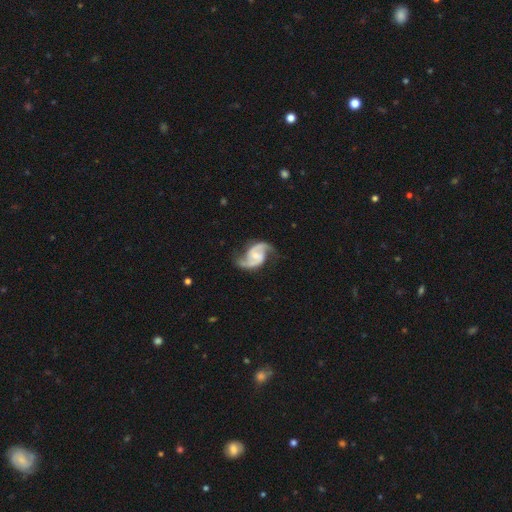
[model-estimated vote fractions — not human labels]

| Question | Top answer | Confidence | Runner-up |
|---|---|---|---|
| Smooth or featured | featured or disk | 92% | star or artifact (4%) |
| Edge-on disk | no | 98% | yes (2%) |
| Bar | weak | 46% | no (39%) |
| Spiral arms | yes | 98% | no (2%) |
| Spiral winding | medium | 50% | loose (38%) |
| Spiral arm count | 2 | 94% | can't tell (2%) |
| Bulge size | small | 53% | moderate (32%) |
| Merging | none | 74% | minor disturbance (16%) |